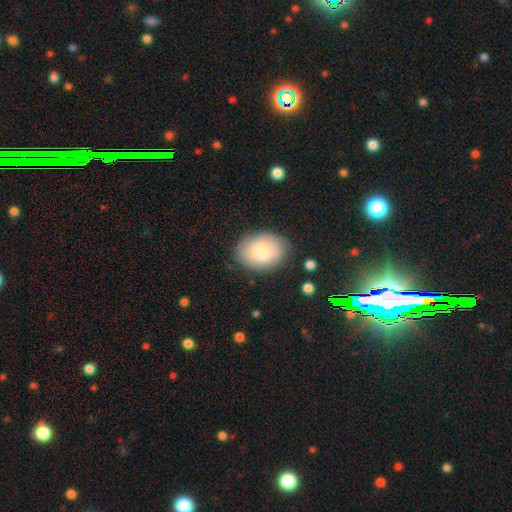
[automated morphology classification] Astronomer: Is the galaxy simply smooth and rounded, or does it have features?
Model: smooth — 79%.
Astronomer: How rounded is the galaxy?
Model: in between — 70%.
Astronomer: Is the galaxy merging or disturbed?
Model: none — 80%.